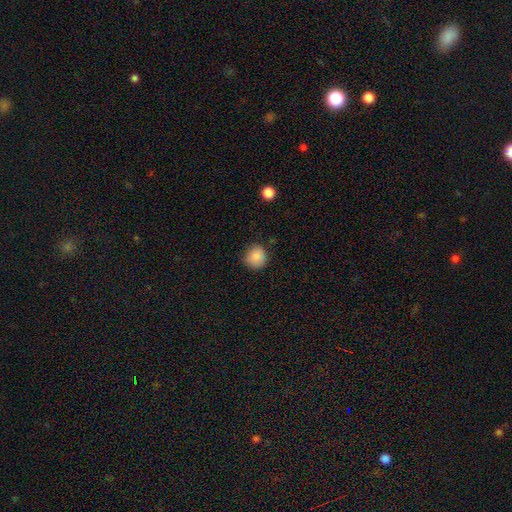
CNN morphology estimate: type=smooth (85%); roundness=round (91%); merging=none (82%).